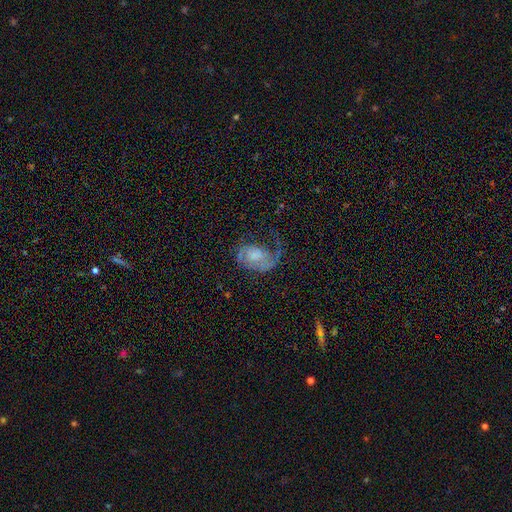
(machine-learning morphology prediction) featured or disk 69%, smooth 23%, star or artifact 8%. Down the decision tree: edge-on disk — no (97%); bar — no (63%); spiral arms — yes (88%); spiral arm count — 1 (46%); spiral winding — medium (40%); bulge size — moderate (35%); merging — none (40%).